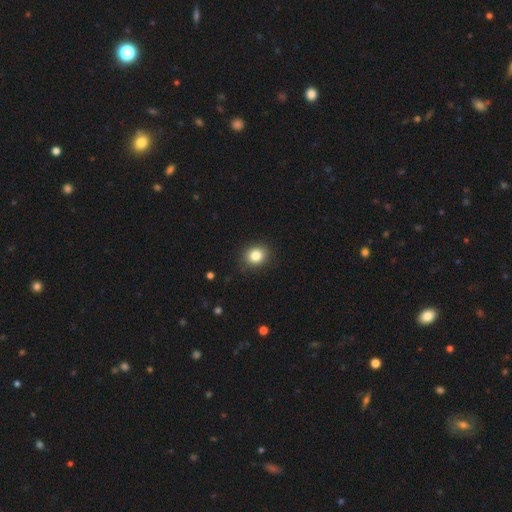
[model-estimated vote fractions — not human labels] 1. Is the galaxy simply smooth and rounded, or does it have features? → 83% smooth, 11% star or artifact, 6% featured or disk.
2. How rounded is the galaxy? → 72% round, 27% in between, 1% cigar-shaped.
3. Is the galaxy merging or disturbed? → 89% none, 8% minor disturbance, 2% major disturbance, 1% merger.